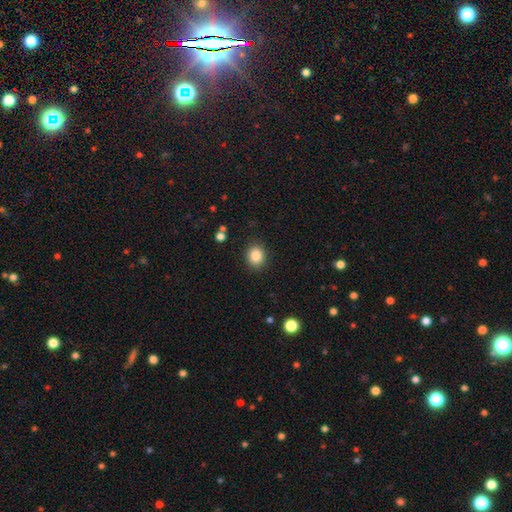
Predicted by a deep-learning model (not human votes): Morphology: type=smooth (87%); roundness=round (69%); merging=none (88%).